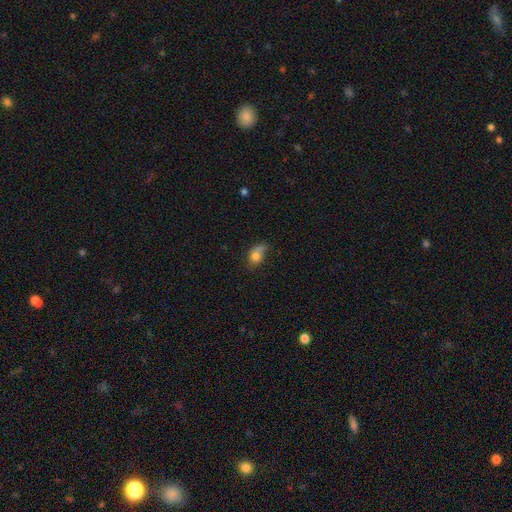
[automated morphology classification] smooth-or-featured: smooth: 73% | featured or disk: 17% | star or artifact: 10%
  how-rounded: in between: 70% | round: 26% | cigar-shaped: 4%
  merging: none: 40% | minor disturbance: 33% | major disturbance: 18% | merger: 9%